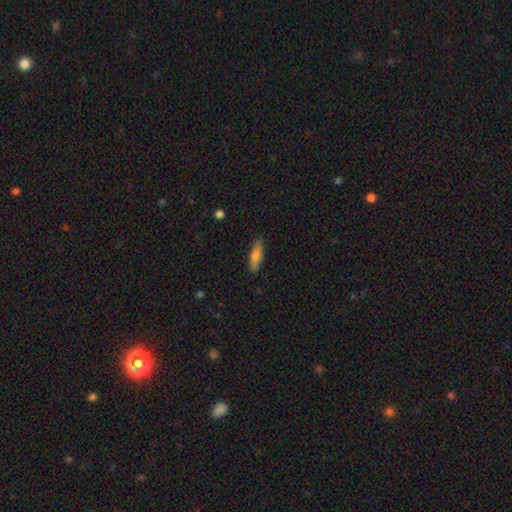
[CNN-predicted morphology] Q: Smooth or featured?
A: smooth (74%); runner-up: featured or disk (20%)
Q: How rounded?
A: cigar-shaped (59%); runner-up: in between (39%)
Q: Merging?
A: none (86%); runner-up: minor disturbance (11%)